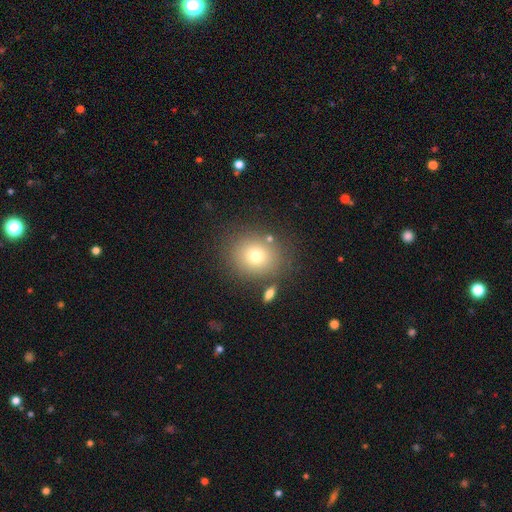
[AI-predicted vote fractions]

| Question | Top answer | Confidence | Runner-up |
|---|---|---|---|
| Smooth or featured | smooth | 74% | star or artifact (13%) |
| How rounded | round | 74% | in between (25%) |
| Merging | none | 80% | minor disturbance (10%) |